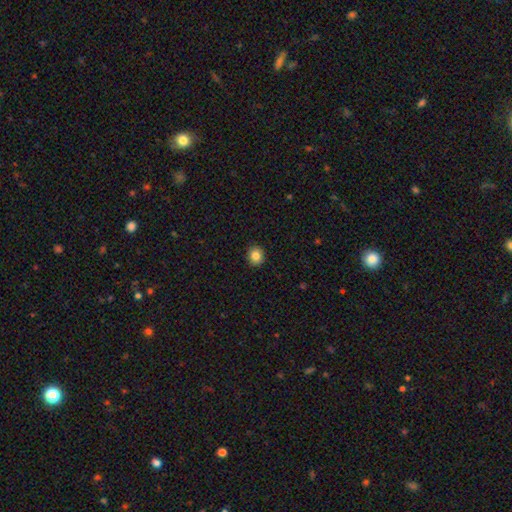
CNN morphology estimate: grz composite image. It shows a smooth galaxy with no disk features (85%) that is round (78%). Merging: none (91%).